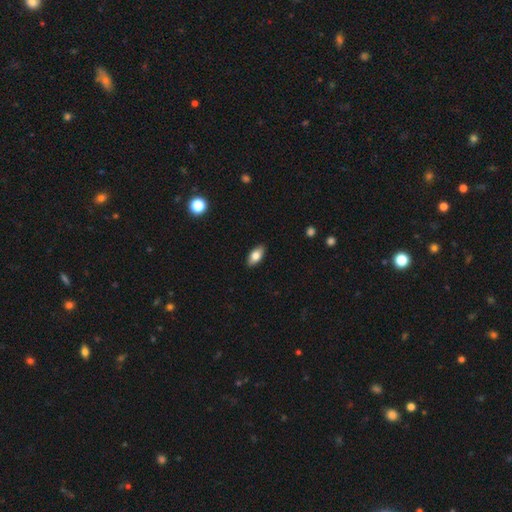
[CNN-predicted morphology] type=smooth (78%); roundness=in between (91%); merging=none (88%).